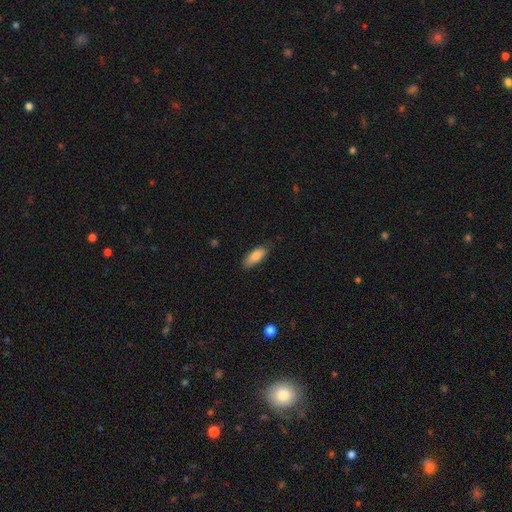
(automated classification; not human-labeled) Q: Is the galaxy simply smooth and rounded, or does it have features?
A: smooth — 82%.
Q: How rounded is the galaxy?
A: in between — 76%.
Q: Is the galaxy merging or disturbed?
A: none — 80%.